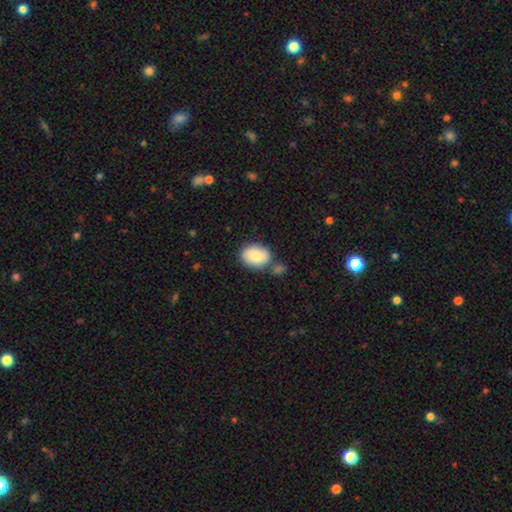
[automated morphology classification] smooth_or_featured: smooth (p=0.83) [alt: featured or disk p=0.11]
how_rounded: in between (p=0.64) [alt: round p=0.35]
merging: none (p=0.64) [alt: merger p=0.17]